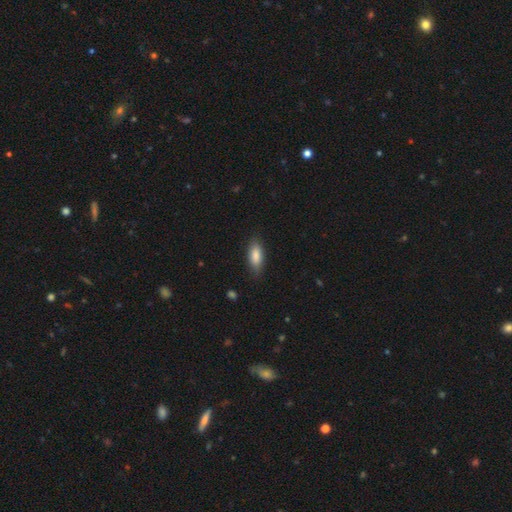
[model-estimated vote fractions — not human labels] smooth 85%, featured or disk 9%, star or artifact 6%. Down the decision tree: how rounded — in between (77%); merging — none (82%).